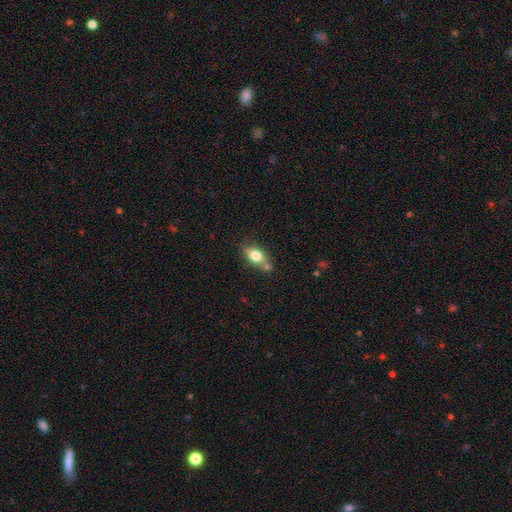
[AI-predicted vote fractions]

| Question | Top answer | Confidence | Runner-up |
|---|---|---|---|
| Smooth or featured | smooth | 76% | featured or disk (16%) |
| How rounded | in between | 83% | round (10%) |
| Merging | none | 57% | merger (21%) |